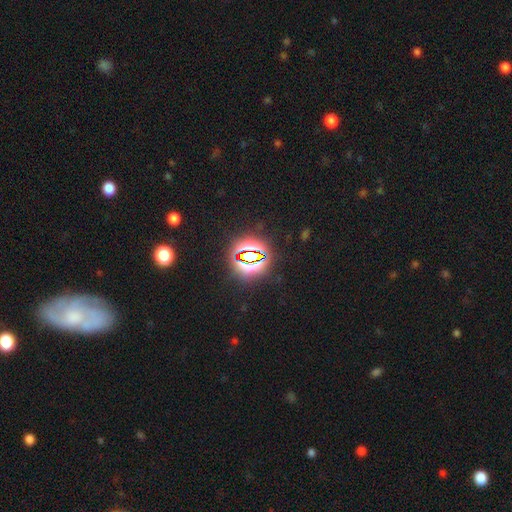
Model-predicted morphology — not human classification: Overall: star or artifact (76%).